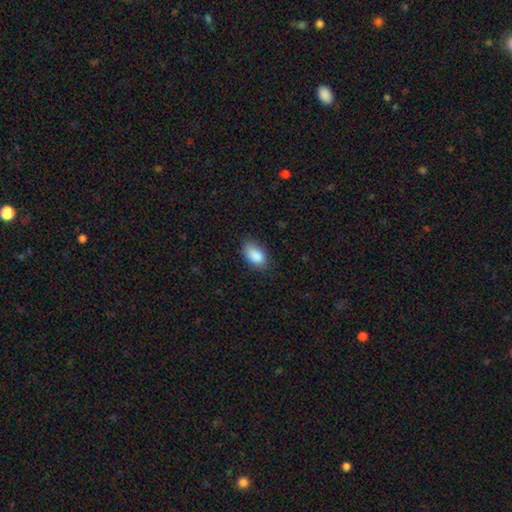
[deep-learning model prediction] Q: Smooth or featured?
A: smooth (87%); runner-up: star or artifact (8%)
Q: How rounded?
A: in between (92%); runner-up: round (5%)
Q: Merging?
A: none (74%); runner-up: minor disturbance (21%)